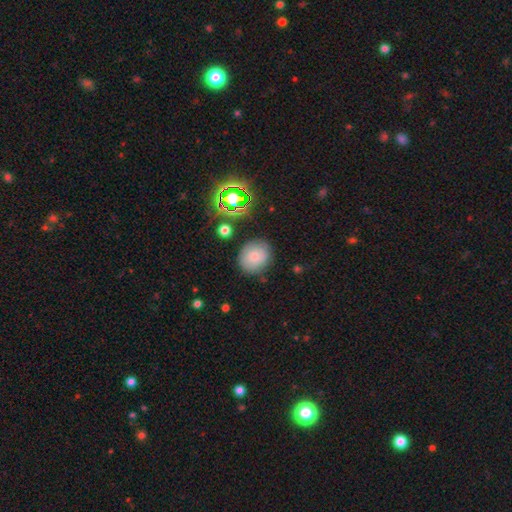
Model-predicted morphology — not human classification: A smooth galaxy with no disk features (73%) that is round (70%). Merging: none (78%).